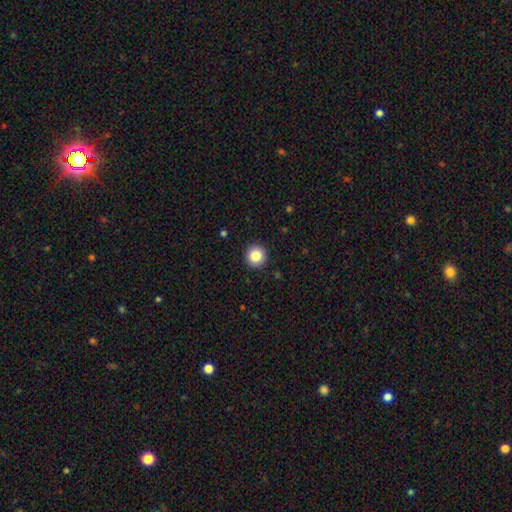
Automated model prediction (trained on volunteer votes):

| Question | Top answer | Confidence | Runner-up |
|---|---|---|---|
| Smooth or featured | smooth | 84% | star or artifact (10%) |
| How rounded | round | 95% | in between (4%) |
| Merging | none | 93% | minor disturbance (5%) |